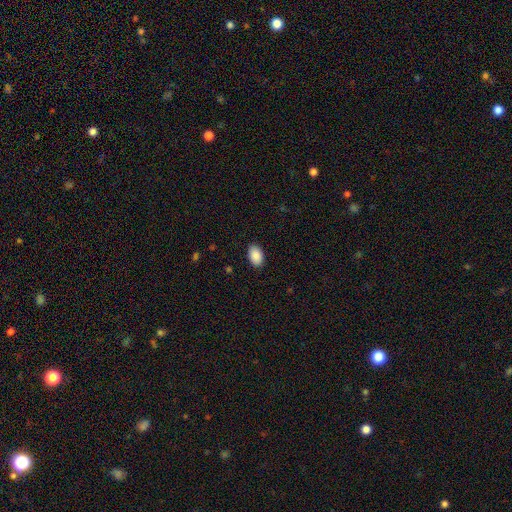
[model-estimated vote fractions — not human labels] A smooth galaxy with no disk features (89%) that is in between round and cigar-shaped (90%). Merging: none (88%).